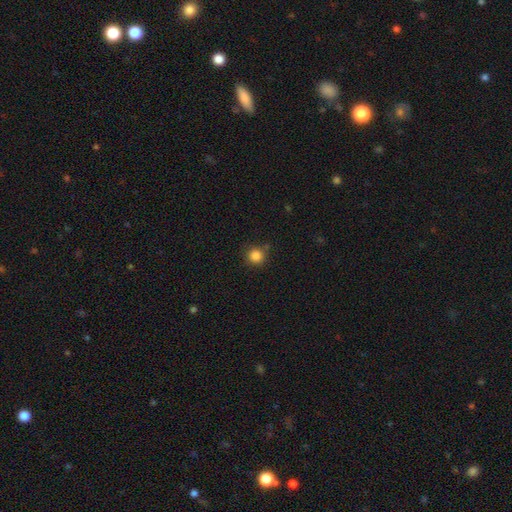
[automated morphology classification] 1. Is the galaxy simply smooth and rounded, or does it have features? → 85% smooth, 12% star or artifact, 4% featured or disk.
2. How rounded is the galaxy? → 92% round, 7% in between, 1% cigar-shaped.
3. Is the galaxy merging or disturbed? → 81% none, 11% minor disturbance, 4% merger, 3% major disturbance.